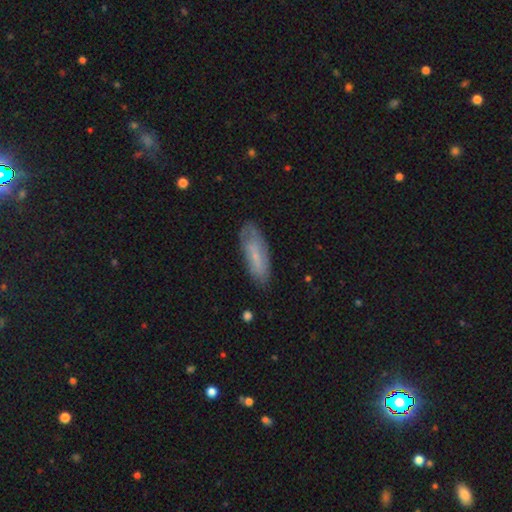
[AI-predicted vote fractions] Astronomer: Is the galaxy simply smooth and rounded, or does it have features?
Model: smooth — 58% (runner-up: featured or disk, 34%).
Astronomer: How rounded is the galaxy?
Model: in between — 60% (runner-up: cigar-shaped, 38%).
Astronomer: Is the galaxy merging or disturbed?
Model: none — 71%.